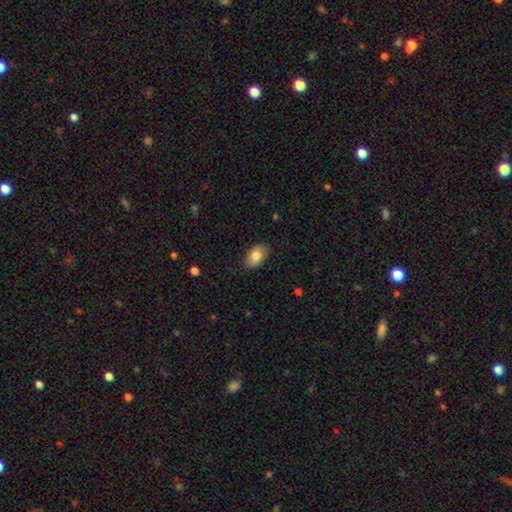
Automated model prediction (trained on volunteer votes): smooth_or_featured: smooth (p=0.82) [alt: featured or disk p=0.11]
how_rounded: in between (p=0.91) [alt: round p=0.08]
merging: none (p=0.83) [alt: minor disturbance p=0.14]